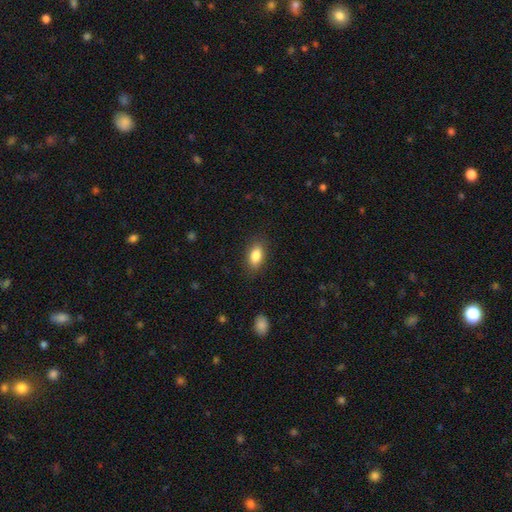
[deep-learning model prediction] smooth 85%, star or artifact 8%, featured or disk 7%. Down the decision tree: how rounded — in between (88%); merging — none (86%).